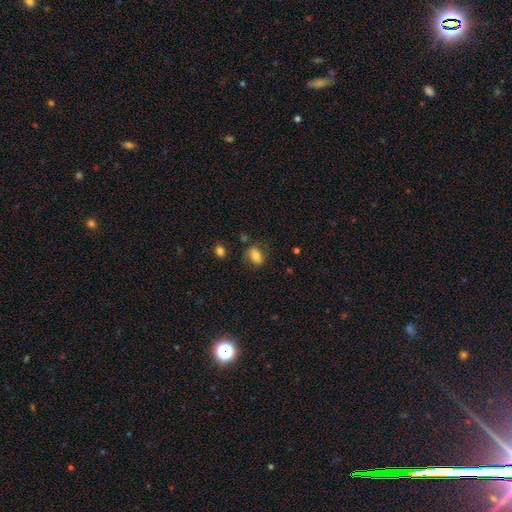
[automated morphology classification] Smooth or featured: smooth — 77% (featured or disk — 14%)
How rounded: in between — 77% (round — 20%)
Merging: none — 72% (minor disturbance — 18%)